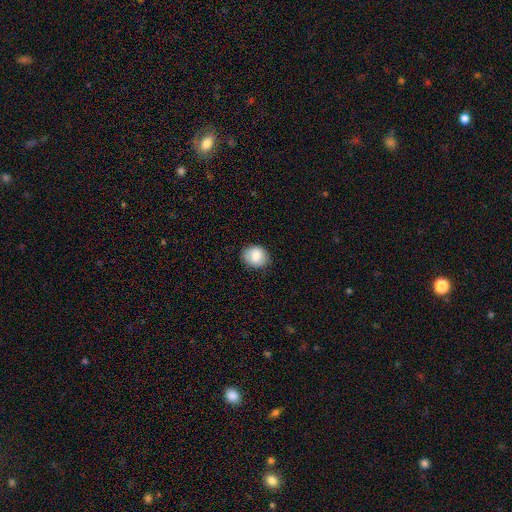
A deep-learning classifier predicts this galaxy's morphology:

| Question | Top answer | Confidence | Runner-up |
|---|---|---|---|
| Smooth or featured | smooth | 82% | featured or disk (10%) |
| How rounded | round | 61% | in between (38%) |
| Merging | none | 82% | minor disturbance (14%) |